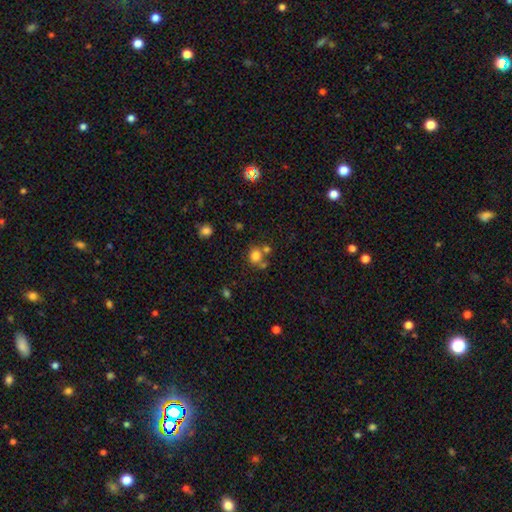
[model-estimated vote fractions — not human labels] smooth-or-featured: smooth: 79% | star or artifact: 13% | featured or disk: 7%
  how-rounded: round: 80% | in between: 19% | cigar-shaped: 1%
  merging: none: 57% | merger: 27% | minor disturbance: 10% | major disturbance: 5%